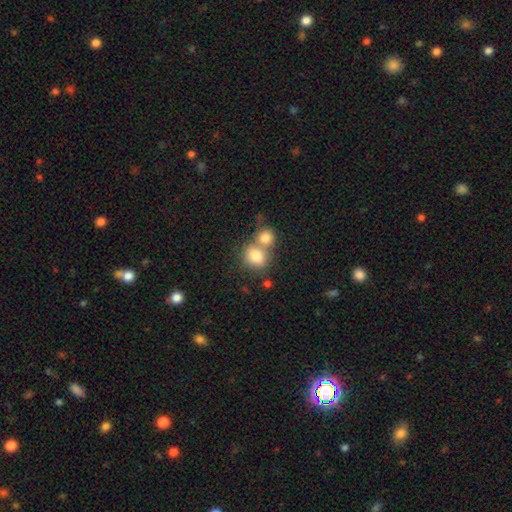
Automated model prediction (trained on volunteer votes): A smooth galaxy with no disk features (80%) that is round (65%).

Vote fractions:
- Smooth or featured? smooth: 80% / featured or disk: 11% / star or artifact: 10%
- How rounded? round: 65% / in between: 34% / cigar-shaped: 1%
- Merging? merger: 54% / none: 35% / minor disturbance: 8% / major disturbance: 3%